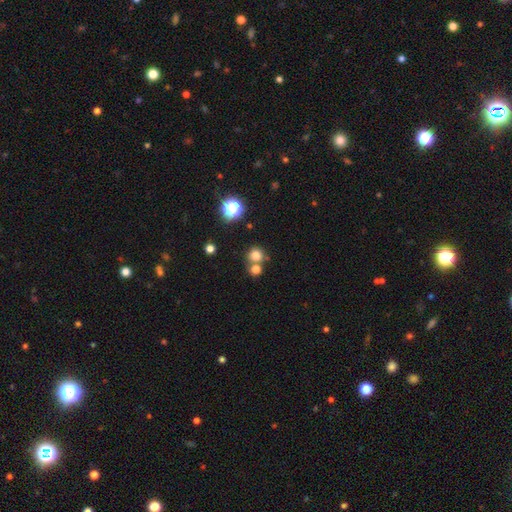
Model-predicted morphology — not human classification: Overall: smooth (76%). How rounded: round (88%). Merging: none (62%; merger 26%).